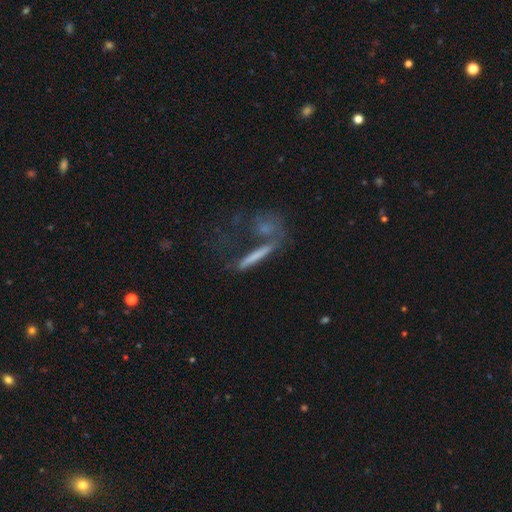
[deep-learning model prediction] Smooth or featured? Predicted: smooth (p=0.52). How rounded? Predicted: cigar-shaped (p=0.86). Merging? Predicted: none (p=0.53).